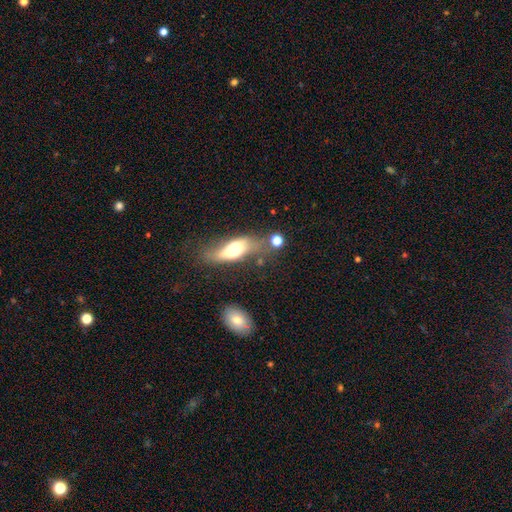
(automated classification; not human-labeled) smooth_or_featured: featured or disk (p=0.49) [alt: smooth p=0.39]
merging: none (p=0.57) [alt: minor disturbance p=0.20]